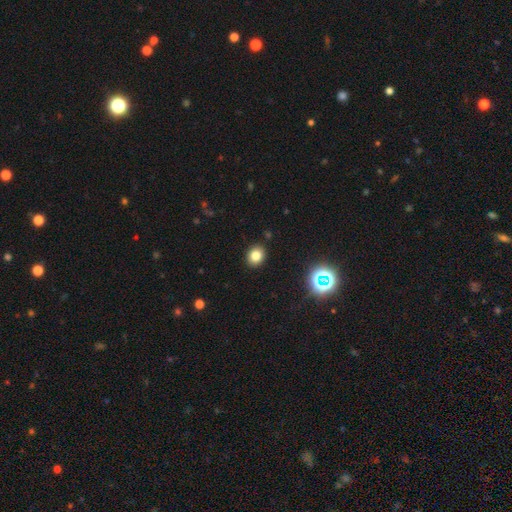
A smooth galaxy with no disk features (85%) that is round (71%).

Vote fractions:
- Smooth or featured? smooth: 85% / star or artifact: 10% / featured or disk: 5%
- How rounded? round: 71% / in between: 29% / cigar-shaped: 0%
- Merging? none: 92% / minor disturbance: 8% / major disturbance: 0% / merger: 0%